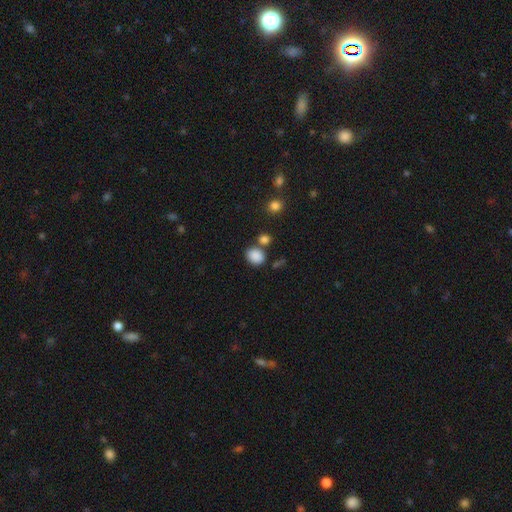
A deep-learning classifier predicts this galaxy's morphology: Smooth or featured: smooth — 86% (star or artifact — 9%)
How rounded: in between — 52% (round — 47%)
Merging: none — 66% (merger — 17%)